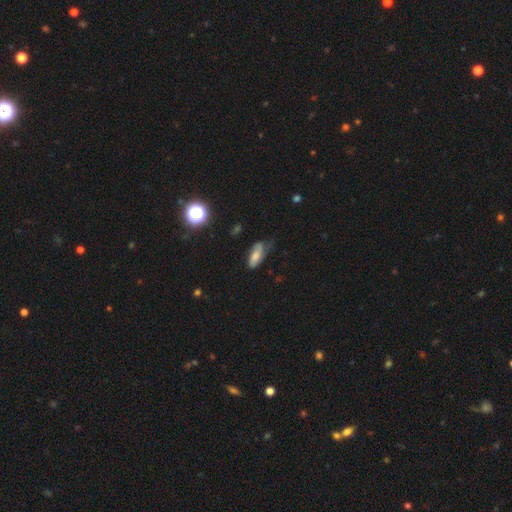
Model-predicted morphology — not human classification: smooth 62%, featured or disk 28%, star or artifact 10%. Down the decision tree: how rounded — in between (78%); merging — none (41%).